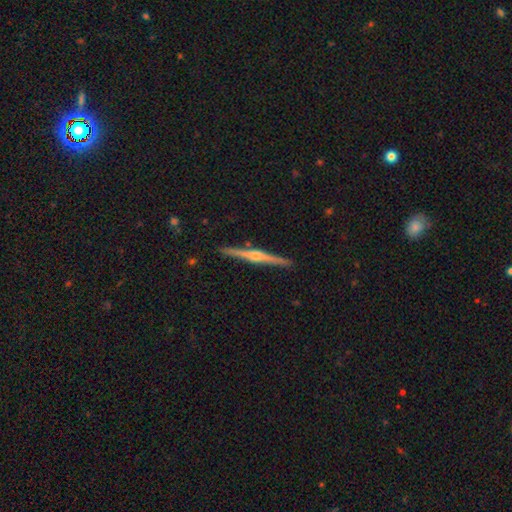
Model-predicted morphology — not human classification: This appears to be a featured or disk galaxy (81%) viewed edge-on (99%) with a rounded central bulge (86%). Merging: none (92%).